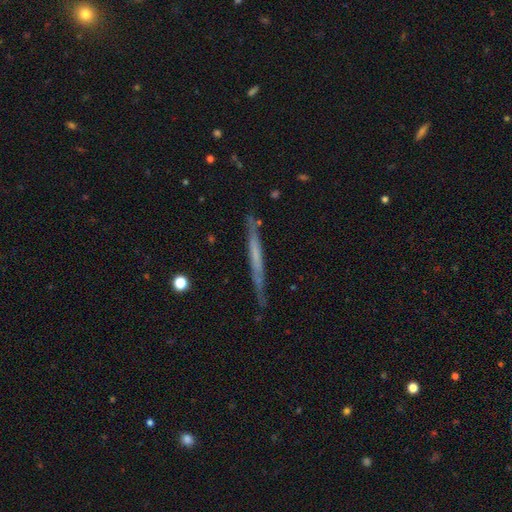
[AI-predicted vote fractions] Q: Smooth or featured?
A: featured or disk (56%); runner-up: smooth (38%)
Q: Edge-on disk?
A: yes (95%); runner-up: no (5%)
Q: Edge-on bulge?
A: none (86%); runner-up: rounded (7%)
Q: Merging?
A: none (83%); runner-up: minor disturbance (13%)